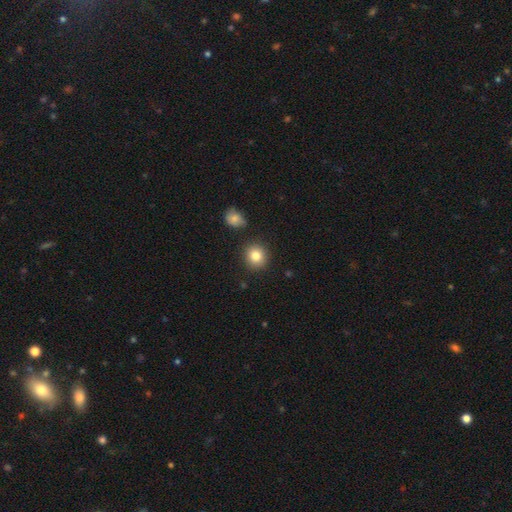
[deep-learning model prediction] Overall: smooth (83%). How rounded: round (87%). Merging: none (87%).